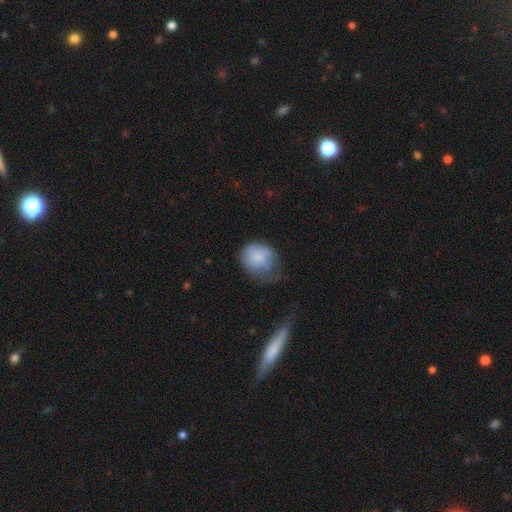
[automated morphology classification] Smooth or featured: smooth — 69% (featured or disk — 23%)
How rounded: round — 61% (in between — 38%)
Merging: minor disturbance — 37% (none — 34%)